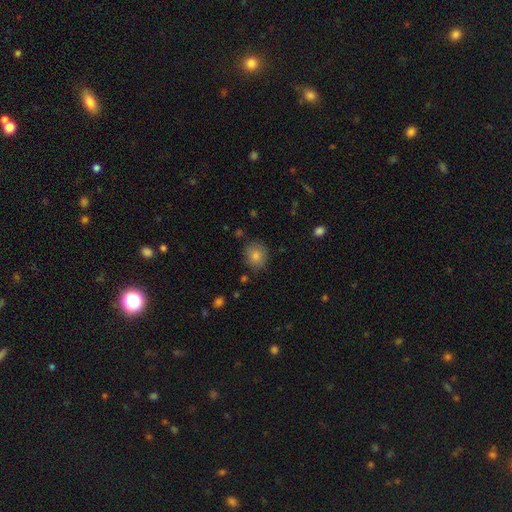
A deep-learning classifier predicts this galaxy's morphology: This is clearly a smooth galaxy (81%). How rounded: likely round (74%). Merging: clearly none (84%).